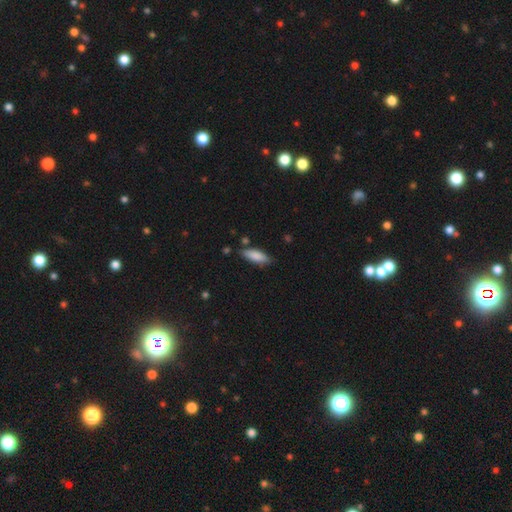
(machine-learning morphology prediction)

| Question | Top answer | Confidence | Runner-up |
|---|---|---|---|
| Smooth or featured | smooth | 84% | featured or disk (10%) |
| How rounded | in between | 62% | cigar-shaped (37%) |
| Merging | none | 78% | minor disturbance (16%) |